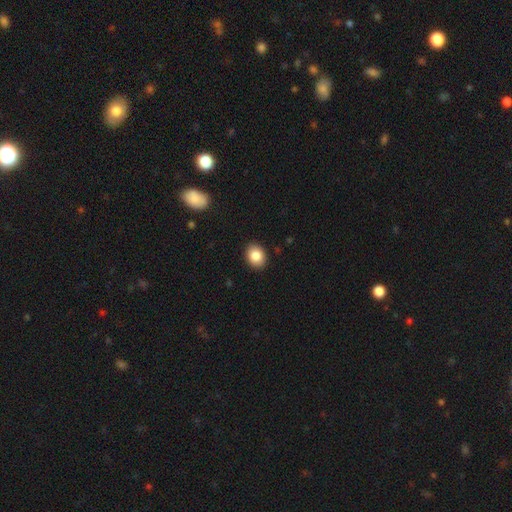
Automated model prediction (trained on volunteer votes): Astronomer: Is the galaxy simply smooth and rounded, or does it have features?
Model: smooth — 86%.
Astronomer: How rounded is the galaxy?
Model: in between — 53% (runner-up: round, 46%).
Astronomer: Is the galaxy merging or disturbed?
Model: none — 90%.